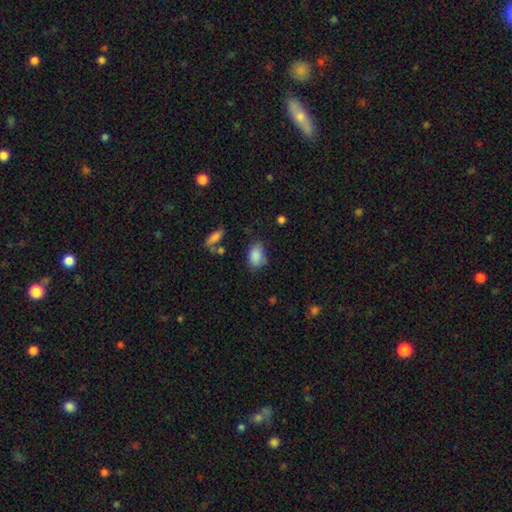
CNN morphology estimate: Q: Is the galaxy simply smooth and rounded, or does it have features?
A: smooth — 85%.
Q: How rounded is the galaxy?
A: in between — 85%.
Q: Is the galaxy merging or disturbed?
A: none — 58%.